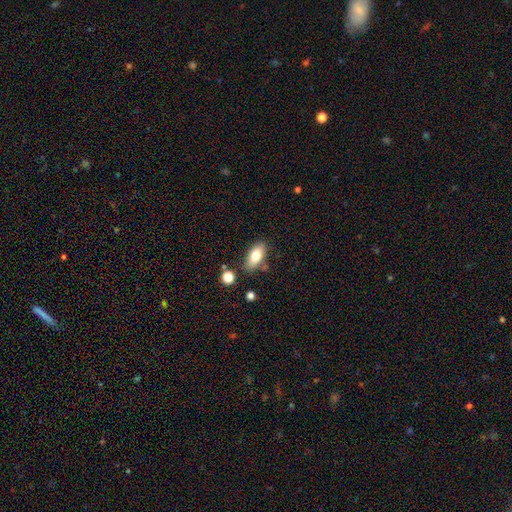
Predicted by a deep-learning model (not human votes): This is likely a smooth galaxy (78%). How rounded: clearly in between (88%). Merging: likely none (78%).